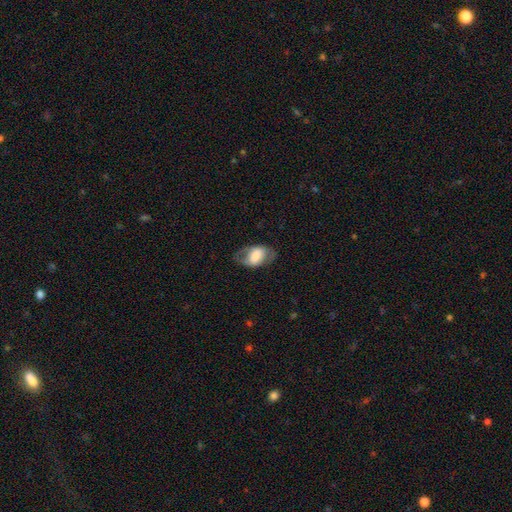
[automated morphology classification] Smooth or featured: smooth — 56% (featured or disk — 37%)
How rounded: in between — 89% (round — 9%)
Merging: none — 67% (minor disturbance — 19%)